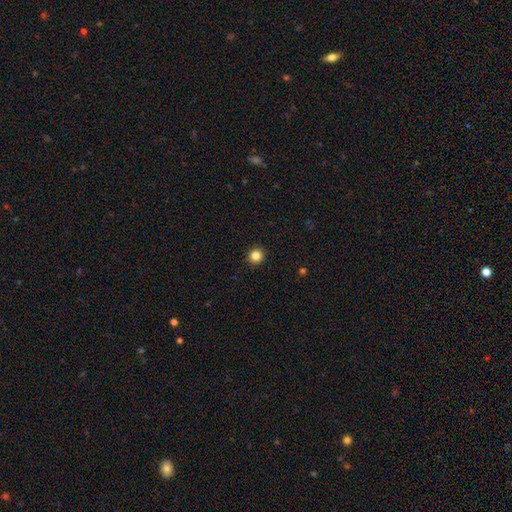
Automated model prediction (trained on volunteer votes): Morphology: type=smooth (84%); roundness=round (93%); merging=none (93%).